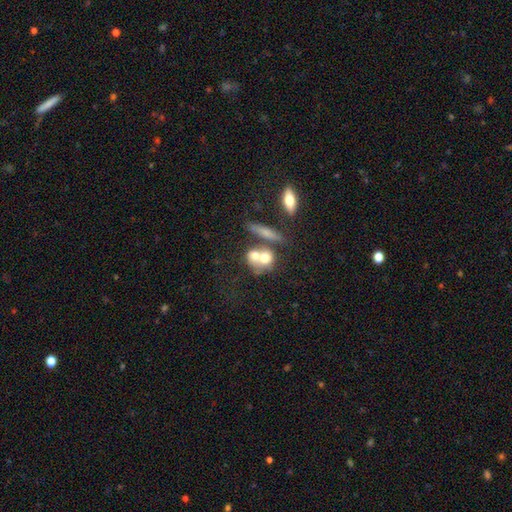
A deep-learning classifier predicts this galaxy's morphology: A smooth galaxy with no disk features (64%) that is round (54%). Merging: merger (58%).